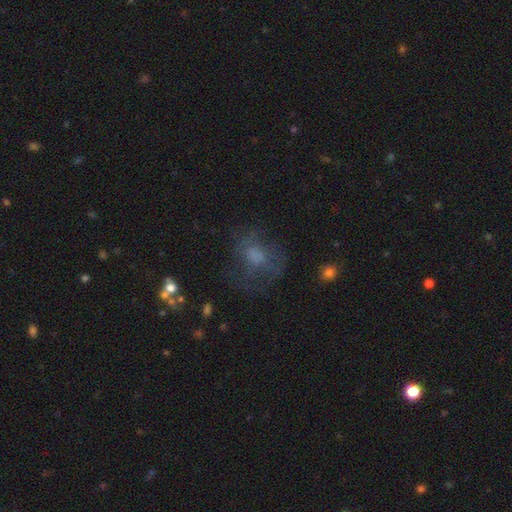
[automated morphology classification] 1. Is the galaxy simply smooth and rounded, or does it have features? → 49% smooth, 32% featured or disk, 19% star or artifact.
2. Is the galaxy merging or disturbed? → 51% none, 26% major disturbance, 20% minor disturbance, 2% merger.